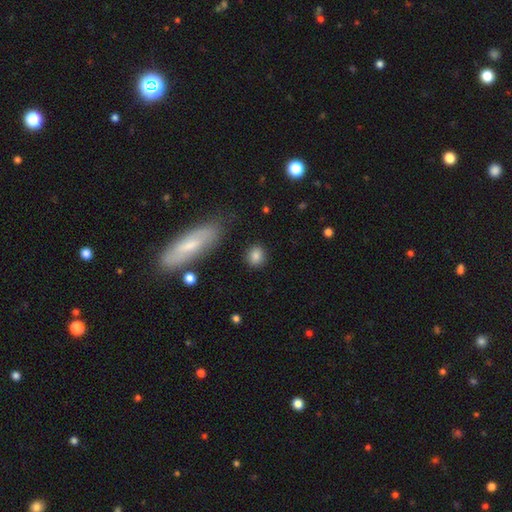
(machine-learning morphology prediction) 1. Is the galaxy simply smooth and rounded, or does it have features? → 84% smooth, 9% star or artifact, 7% featured or disk.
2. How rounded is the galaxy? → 75% round, 22% in between, 2% cigar-shaped.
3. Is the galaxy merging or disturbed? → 88% none, 7% minor disturbance, 3% major disturbance, 2% merger.